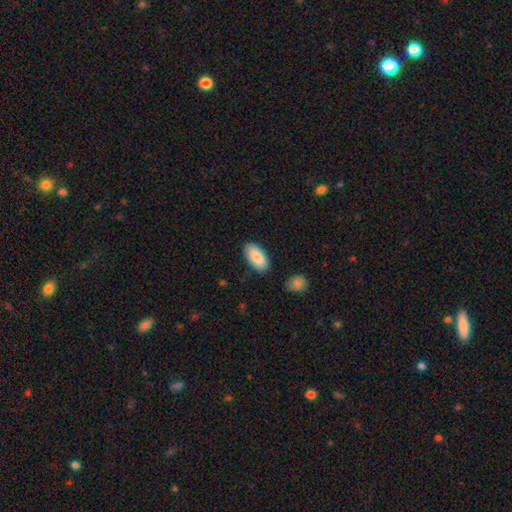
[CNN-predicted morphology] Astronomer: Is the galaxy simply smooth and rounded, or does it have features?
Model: smooth — 85%.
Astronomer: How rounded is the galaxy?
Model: in between — 92%.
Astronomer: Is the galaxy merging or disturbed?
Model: none — 85%.